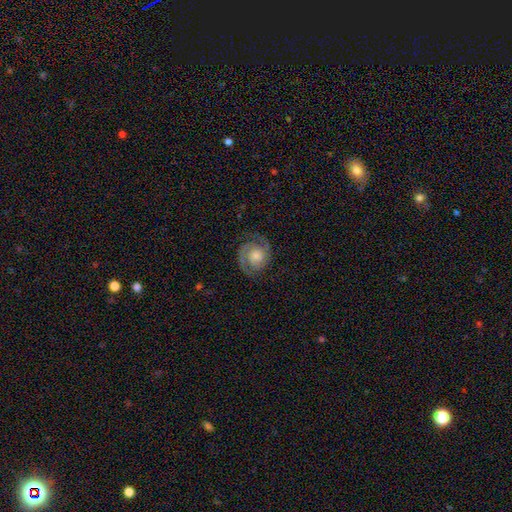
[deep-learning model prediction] The model was most divided on "spiral winding": tight: 57%, medium: 36%, loose: 7%. More confident: edge-on disk — no (98%); spiral arms — yes (97%); spiral arm count — 2 (84%); smooth or featured — featured or disk (84%); merging — none (78%); bar — no (72%); bulge size — moderate (51%).